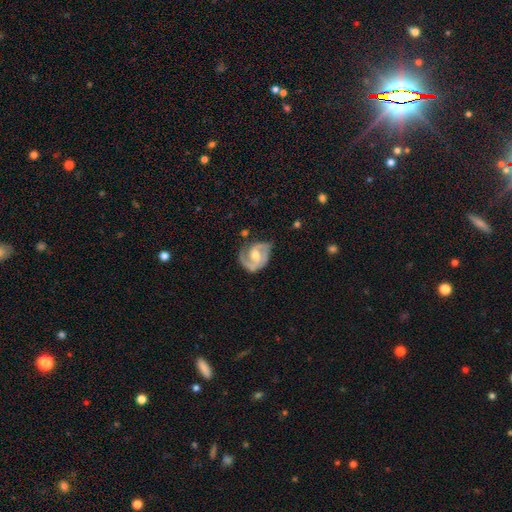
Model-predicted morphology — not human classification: featured or disk 86%, smooth 9%, star or artifact 5%. Down the decision tree: edge-on disk — no (98%); bar — weak (45%); spiral arms — yes (96%); spiral arm count — 2 (80%); spiral winding — medium (48%); bulge size — moderate (64%); merging — none (65%).